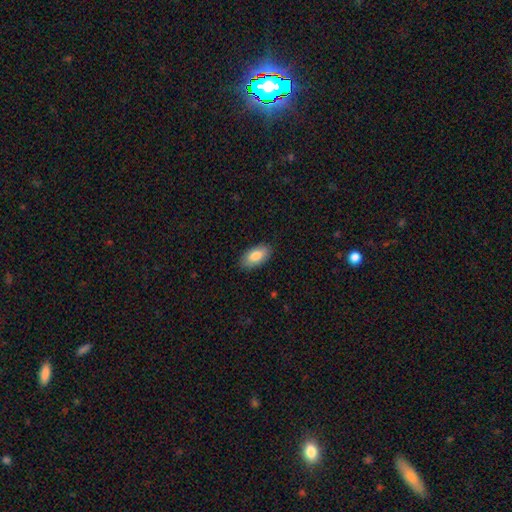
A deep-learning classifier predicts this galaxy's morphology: The model was most divided on "smooth or featured": smooth: 84%, featured or disk: 10%, star or artifact: 6%. More confident: how rounded — in between (94%); merging — none (87%).